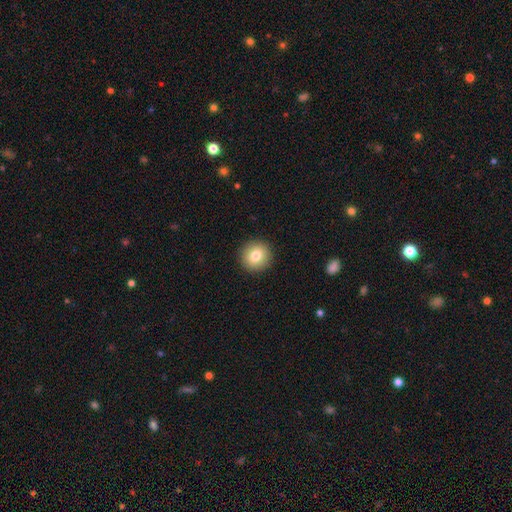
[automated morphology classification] smooth_or_featured: smooth (p=0.80) [alt: featured or disk p=0.11]
how_rounded: round (p=0.93) [alt: in between p=0.06]
merging: none (p=0.92) [alt: minor disturbance p=0.05]